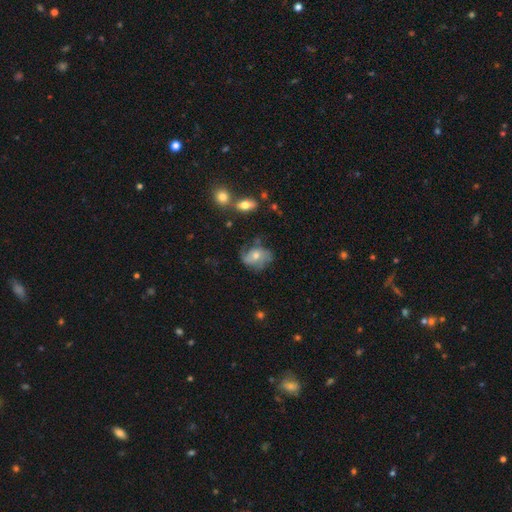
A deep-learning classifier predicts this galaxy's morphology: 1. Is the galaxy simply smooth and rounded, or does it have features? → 54% featured or disk, 37% smooth, 9% star or artifact.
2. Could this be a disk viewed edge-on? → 96% no, 4% yes.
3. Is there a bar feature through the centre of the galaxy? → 68% no, 26% weak, 6% strong.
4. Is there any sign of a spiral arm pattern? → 79% yes, 21% no.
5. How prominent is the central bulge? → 60% moderate, 32% small, 4% large, 2% none, 1% dominant.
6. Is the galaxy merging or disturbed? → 52% none, 28% minor disturbance, 16% major disturbance, 3% merger.